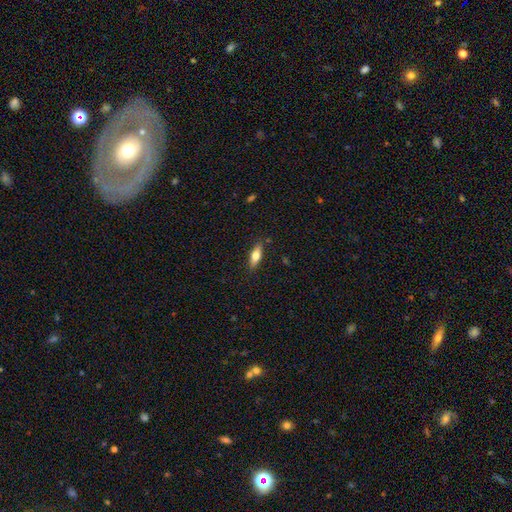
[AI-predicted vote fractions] Smooth or featured? smooth (64%)
How rounded? in between (60%)
Merging? none (86%)